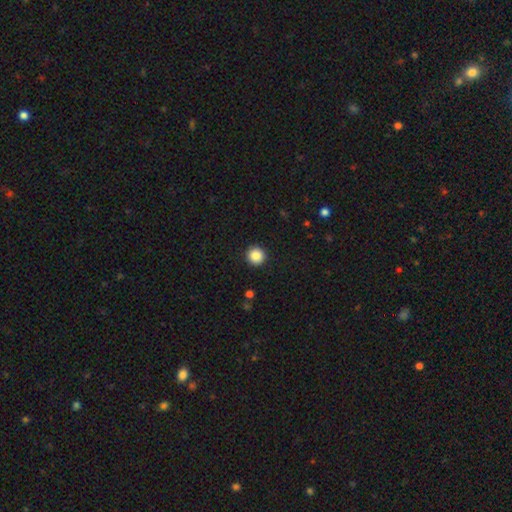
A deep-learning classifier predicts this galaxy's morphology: type=smooth (87%); roundness=round (95%); merging=none (93%).